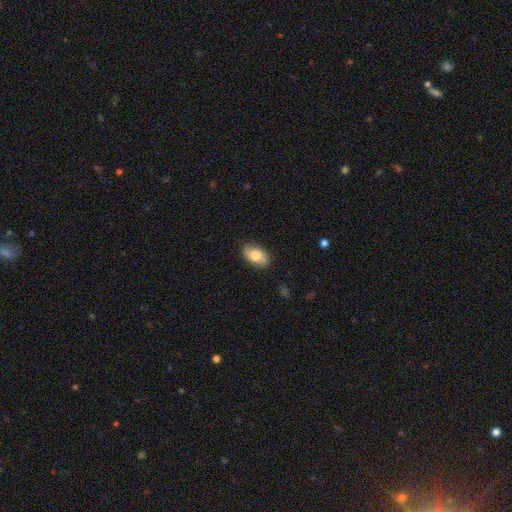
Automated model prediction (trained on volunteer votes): smooth-or-featured: smooth: 75% | featured or disk: 19% | star or artifact: 7%
  how-rounded: in between: 92% | round: 5% | cigar-shaped: 3%
  merging: none: 82% | minor disturbance: 14% | major disturbance: 3% | merger: 1%